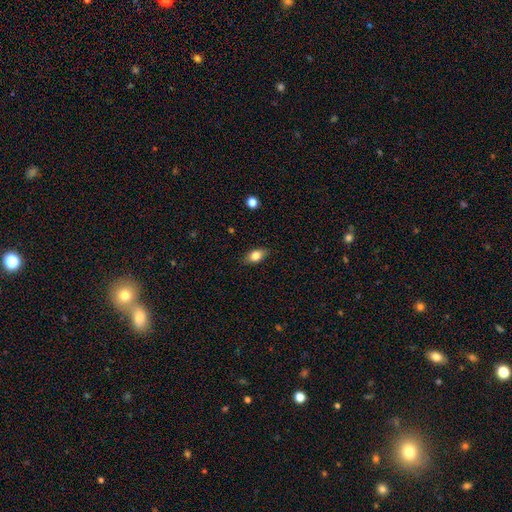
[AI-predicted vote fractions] Morphology: type=smooth (80%); roundness=in between (85%); merging=none (86%).